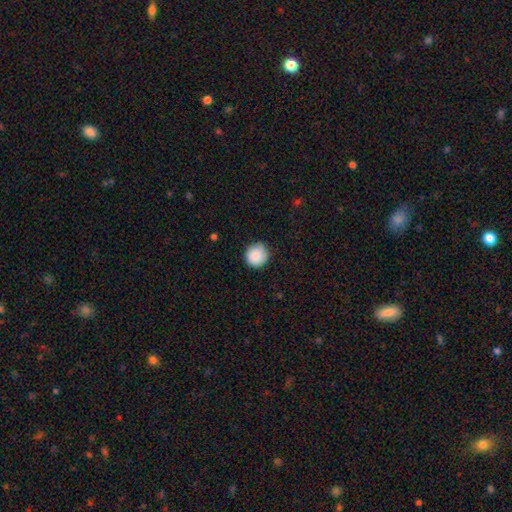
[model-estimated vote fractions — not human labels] Morphology: type=smooth (88%); roundness=round (93%); merging=none (83%).